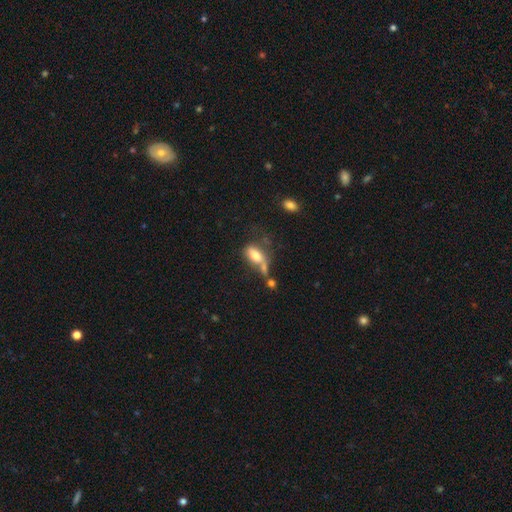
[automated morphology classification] Overall: smooth (70%). How rounded: in between (84%). Merging: merger (33%; none 31%).